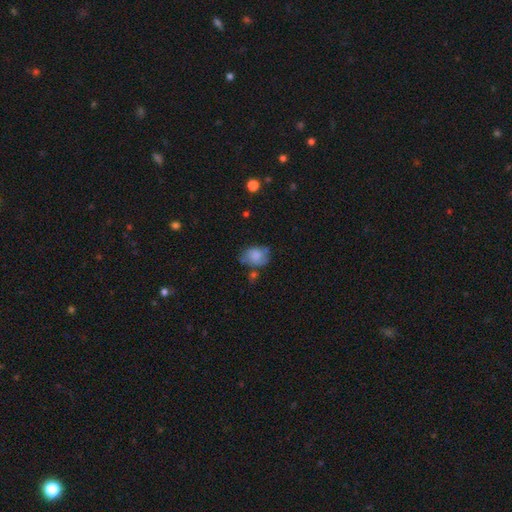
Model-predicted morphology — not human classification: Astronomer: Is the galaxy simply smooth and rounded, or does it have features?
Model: smooth — 73%.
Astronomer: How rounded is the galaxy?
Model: in between — 66%.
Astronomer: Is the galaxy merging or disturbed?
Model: none — 49% (runner-up: minor disturbance, 30%).